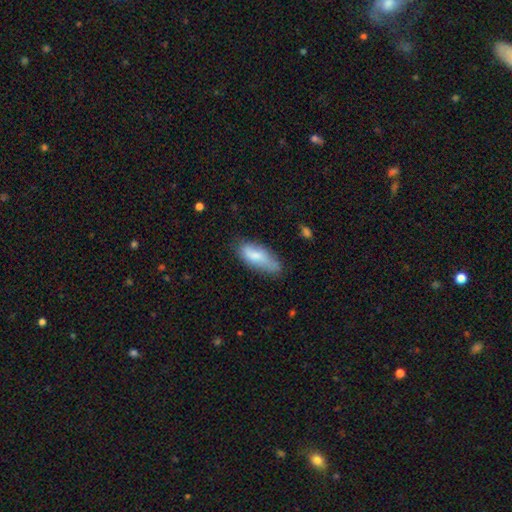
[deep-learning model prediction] Morphology: type=smooth (74%); roundness=in between (75%); merging=none (60%).